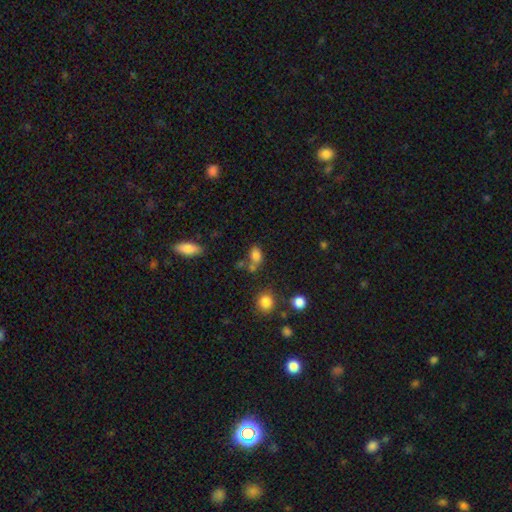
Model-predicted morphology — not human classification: smooth_or_featured: smooth (p=0.78) [alt: star or artifact p=0.14]
how_rounded: in between (p=0.76) [alt: round p=0.22]
merging: none (p=0.50) [alt: merger p=0.27]